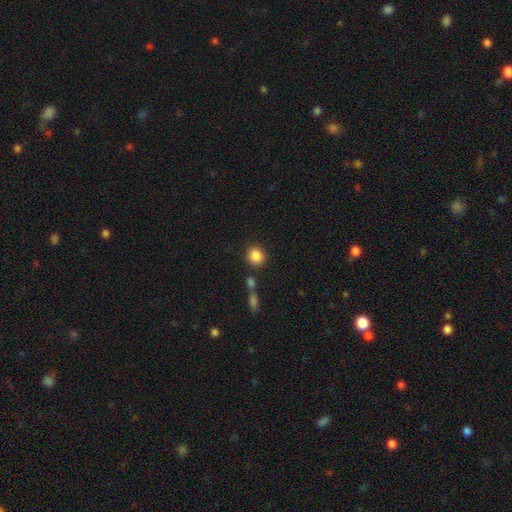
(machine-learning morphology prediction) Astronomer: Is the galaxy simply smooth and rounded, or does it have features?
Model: smooth — 87%.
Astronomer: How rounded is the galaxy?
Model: round — 79%.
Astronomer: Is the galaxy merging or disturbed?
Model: none — 79%.